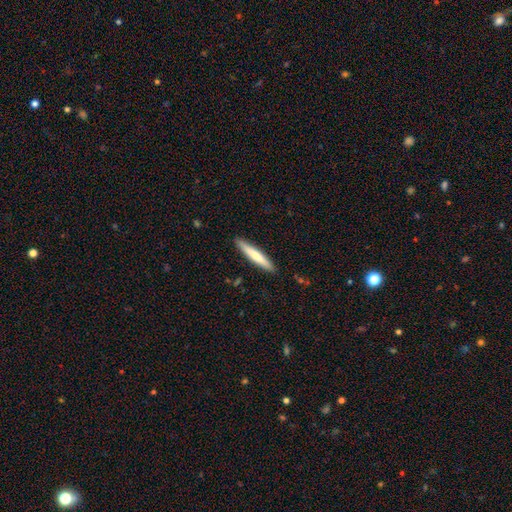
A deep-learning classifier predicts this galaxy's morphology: The model was most divided on "smooth or featured": smooth: 67%, featured or disk: 28%, star or artifact: 5%. More confident: how rounded — cigar-shaped (93%); merging — none (90%).